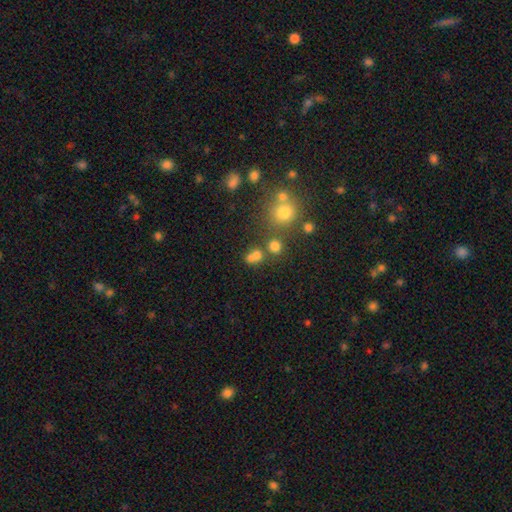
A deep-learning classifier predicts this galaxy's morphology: Overall: smooth (70%). How rounded: round (61%; in between 37%). Merging: none (50%; merger 33%).